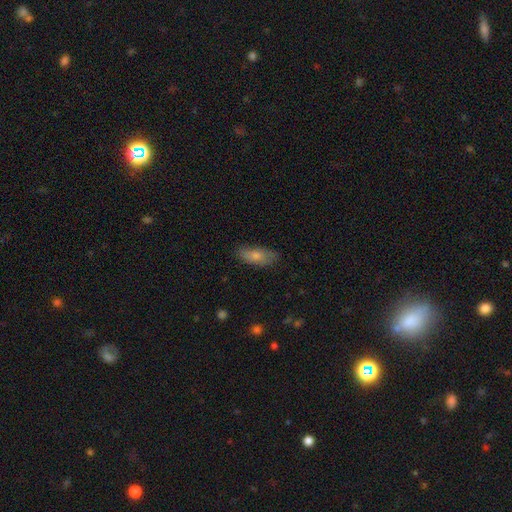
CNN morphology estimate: type=smooth (78%); roundness=in between (80%); merging=none (74%).